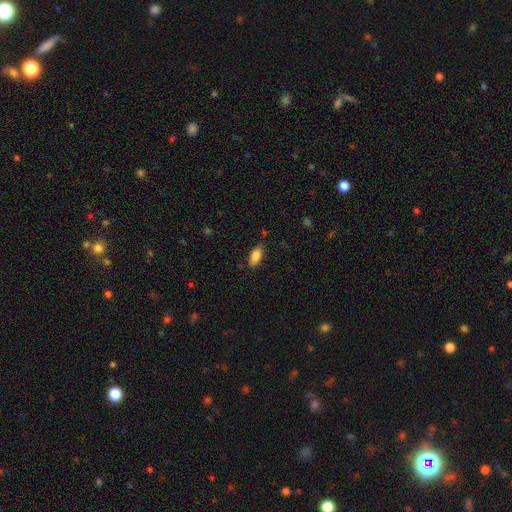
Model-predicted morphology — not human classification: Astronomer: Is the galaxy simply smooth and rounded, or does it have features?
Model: smooth — 86%.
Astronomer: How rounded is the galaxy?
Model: in between — 88%.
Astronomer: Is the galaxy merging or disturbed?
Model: none — 82%.